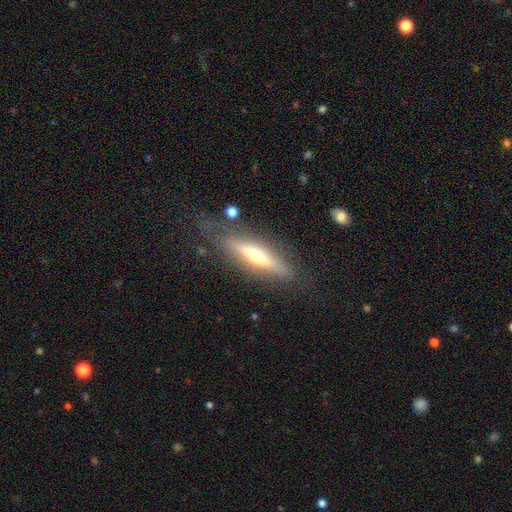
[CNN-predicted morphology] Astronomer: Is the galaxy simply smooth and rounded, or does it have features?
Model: featured or disk — 64%.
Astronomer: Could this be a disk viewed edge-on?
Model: yes — 86%.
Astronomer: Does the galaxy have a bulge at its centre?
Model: rounded — 86%.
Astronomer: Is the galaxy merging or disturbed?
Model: none — 72%.